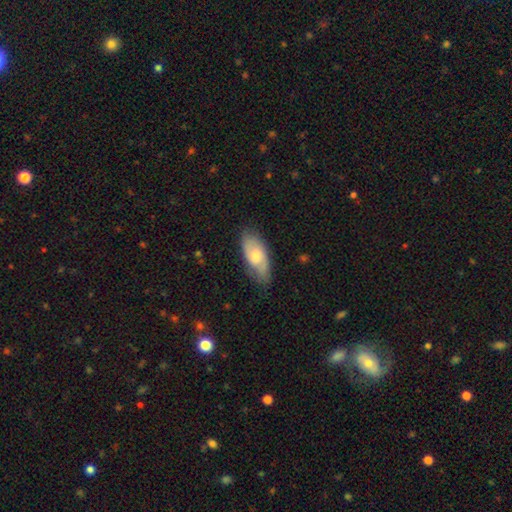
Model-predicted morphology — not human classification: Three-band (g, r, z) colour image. It shows a smooth galaxy with no disk features (53%) that is in between round and cigar-shaped (87%). Merging: none (72%).